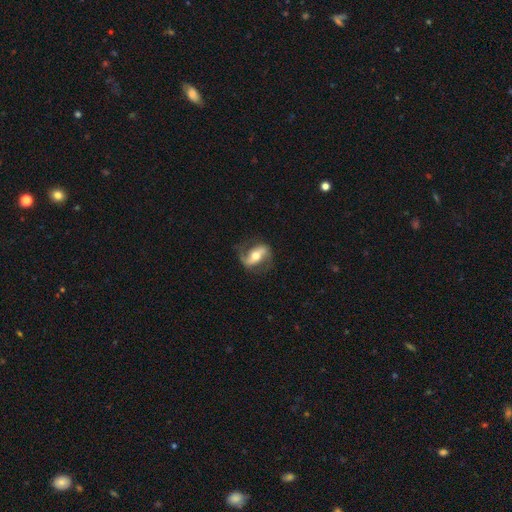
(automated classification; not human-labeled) Smooth or featured?
  - featured or disk: 75% *
  - smooth: 19%
  - star or artifact: 6%
Edge-on disk?
  - no: 90% *
  - yes: 10%
Bar?
  - strong: 51% *
  - weak: 26%
  - no: 22%
Spiral arms?
  - yes: 87% *
  - no: 13%
Spiral winding?
  - loose: 45% *
  - medium: 39%
  - tight: 17%
Spiral arm count?
  - 2: 88% *
  - 1: 5%
  - can't tell: 5%
  - 3: 1%
  - 4: 1%
  - more than 4: 1%
Bulge size?
  - moderate: 68% *
  - small: 15%
  - large: 14%
  - dominant: 2%
  - none: 1%
Merging?
  - none: 72% *
  - minor disturbance: 16%
  - major disturbance: 10%
  - merger: 1%